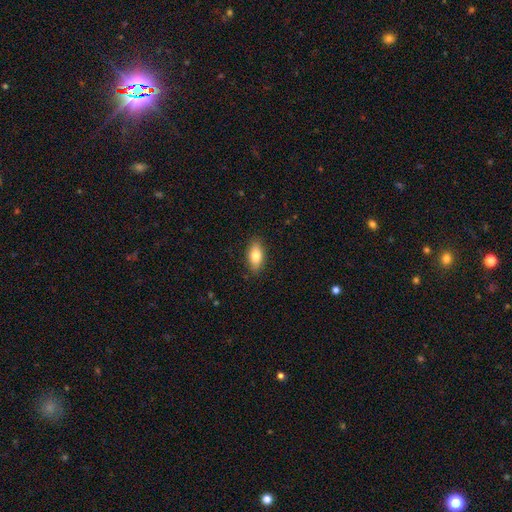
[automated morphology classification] smooth-or-featured: smooth: 80% | featured or disk: 13% | star or artifact: 7%
  how-rounded: in between: 87% | cigar-shaped: 8% | round: 4%
  merging: none: 87% | minor disturbance: 10% | major disturbance: 2% | merger: 1%